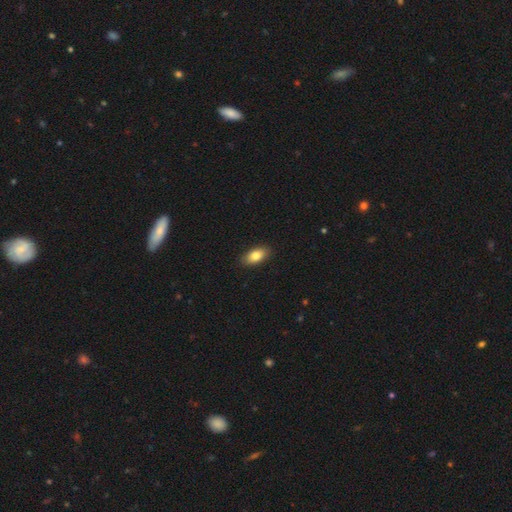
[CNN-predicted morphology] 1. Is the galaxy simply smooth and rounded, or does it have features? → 81% smooth, 12% featured or disk, 7% star or artifact.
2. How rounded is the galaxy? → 90% in between, 5% cigar-shaped, 4% round.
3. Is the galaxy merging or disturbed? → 89% none, 8% minor disturbance, 2% major disturbance, 1% merger.